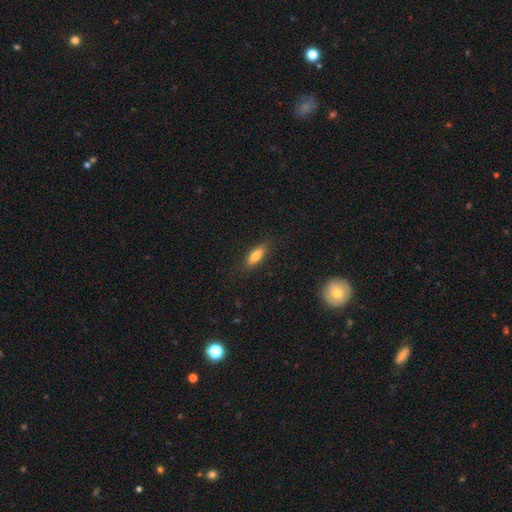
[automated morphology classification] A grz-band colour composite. It shows a smooth galaxy with no disk features (74%) that is in between round and cigar-shaped (64%). Merging: none (84%).